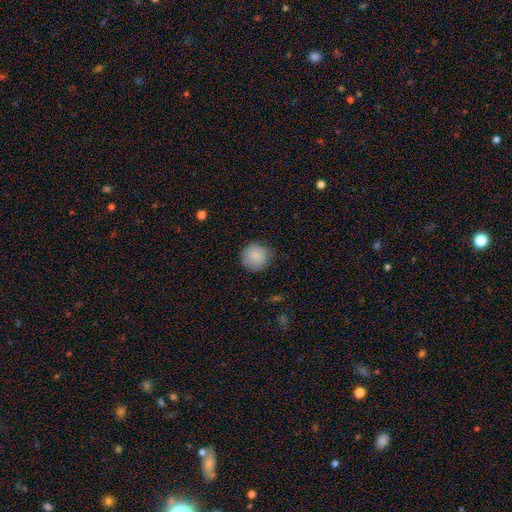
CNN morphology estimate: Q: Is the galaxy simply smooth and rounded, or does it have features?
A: smooth — 87%.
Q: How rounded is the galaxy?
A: round — 94%.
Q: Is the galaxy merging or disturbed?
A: none — 84%.